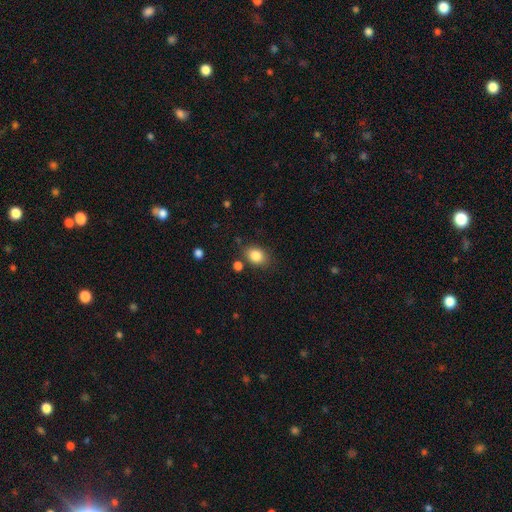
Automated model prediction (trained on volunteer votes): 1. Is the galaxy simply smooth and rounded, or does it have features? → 85% smooth, 9% star or artifact, 6% featured or disk.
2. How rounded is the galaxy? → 71% in between, 28% round, 1% cigar-shaped.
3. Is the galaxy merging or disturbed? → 78% none, 13% minor disturbance, 5% merger, 4% major disturbance.